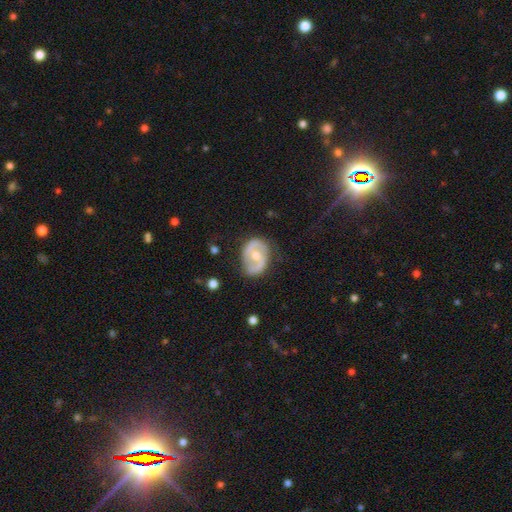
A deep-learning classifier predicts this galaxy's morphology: type=featured or disk (73%); edge-on=no (97%); bar=no (46%); spiral arms=yes (81%); winding=medium (45%); arm count=2 (84%); bulge=moderate (64%); merging=none (72%).